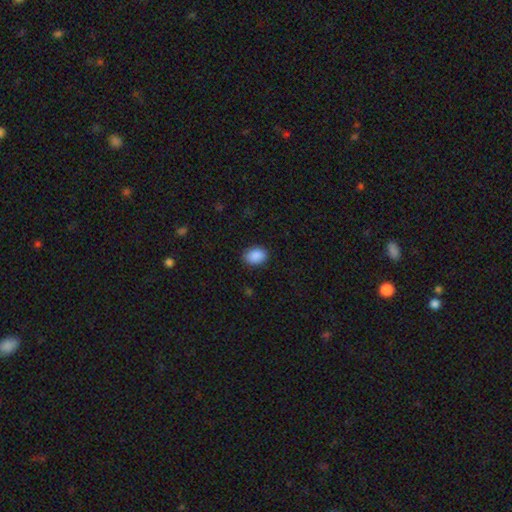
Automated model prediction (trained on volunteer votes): Morphology: type=smooth (90%); roundness=in between (74%); merging=none (86%).